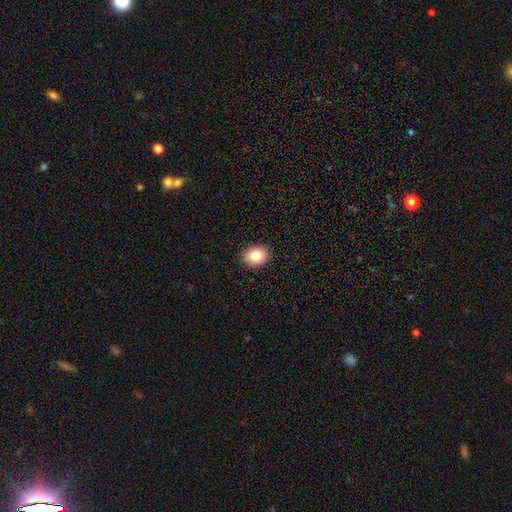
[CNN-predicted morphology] smooth-or-featured: smooth: 84% | star or artifact: 9% | featured or disk: 8%
  how-rounded: in between: 54% | round: 45% | cigar-shaped: 1%
  merging: none: 90% | minor disturbance: 7% | major disturbance: 2% | merger: 1%